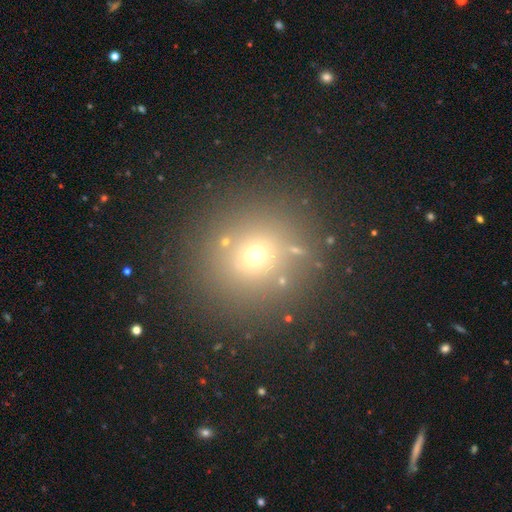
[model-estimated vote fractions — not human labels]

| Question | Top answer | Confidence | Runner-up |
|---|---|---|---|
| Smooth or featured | smooth | 60% | star or artifact (30%) |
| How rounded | round | 91% | in between (8%) |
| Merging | none | 84% | minor disturbance (7%) |